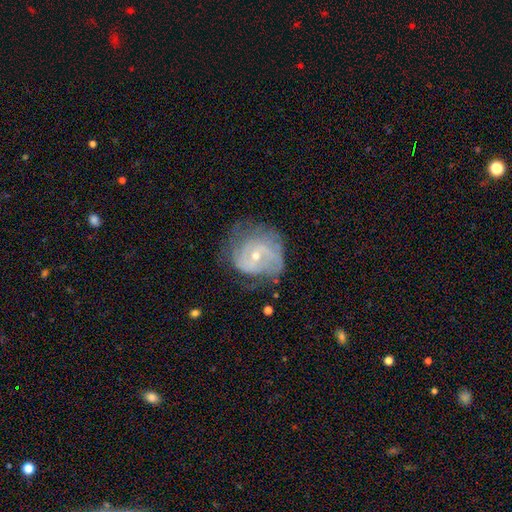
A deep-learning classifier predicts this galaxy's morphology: smooth_or_featured: featured or disk (p=0.78) [alt: smooth p=0.15]
disk_edge_on: no (p=0.97) [alt: yes p=0.03]
bar: no (p=0.49) [alt: weak p=0.41]
has_spiral_arms: yes (p=0.86) [alt: no p=0.14]
spiral_winding: tight (p=0.48) [alt: medium p=0.37]
spiral_arm_count: 2 (p=0.38) [alt: can't tell p=0.36]
bulge_size: small (p=0.63) [alt: moderate p=0.34]
merging: none (p=0.52) [alt: minor disturbance p=0.27]